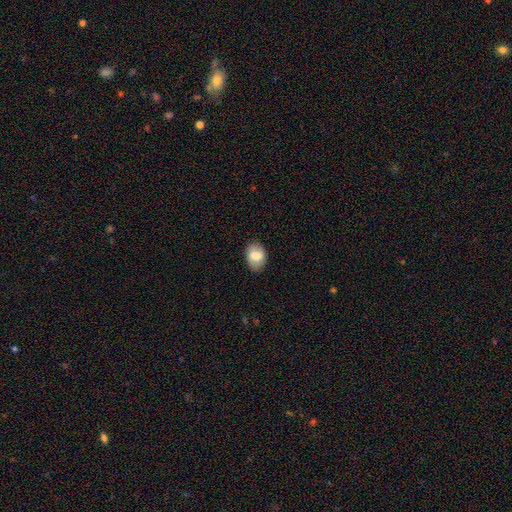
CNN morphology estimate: smooth-or-featured: smooth: 75% | featured or disk: 18% | star or artifact: 7%
  how-rounded: in between: 81% | round: 18% | cigar-shaped: 1%
  merging: none: 84% | minor disturbance: 12% | major disturbance: 3% | merger: 1%